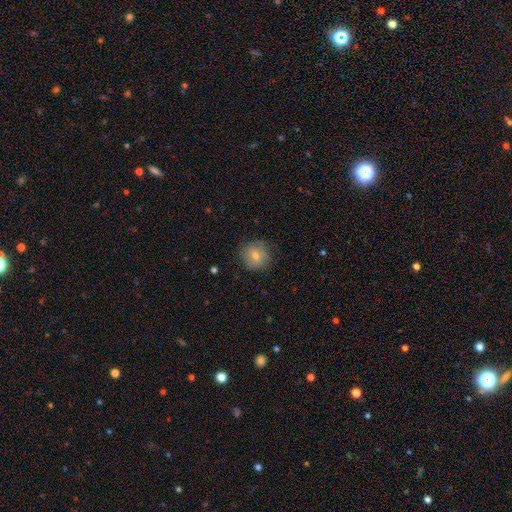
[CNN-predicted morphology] smooth_or_featured: smooth (p=0.74) [alt: featured or disk p=0.17]
how_rounded: round (p=0.91) [alt: in between p=0.08]
merging: none (p=0.79) [alt: minor disturbance p=0.16]